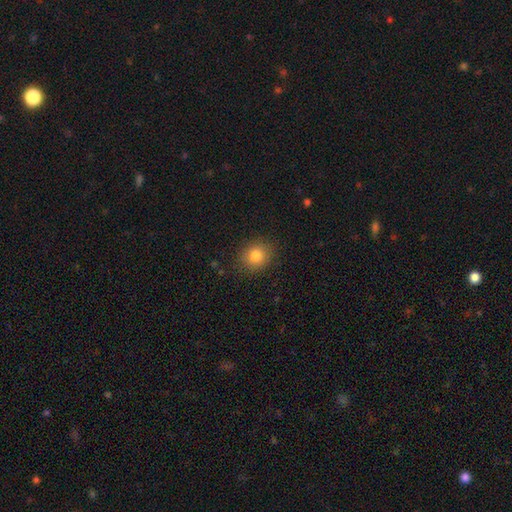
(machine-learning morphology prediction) A smooth galaxy with no disk features (83%) that is round (69%).

Vote fractions:
- Smooth or featured? smooth: 83% / star or artifact: 10% / featured or disk: 6%
- How rounded? round: 69% / in between: 31% / cigar-shaped: 1%
- Merging? none: 86% / minor disturbance: 10% / major disturbance: 3% / merger: 1%